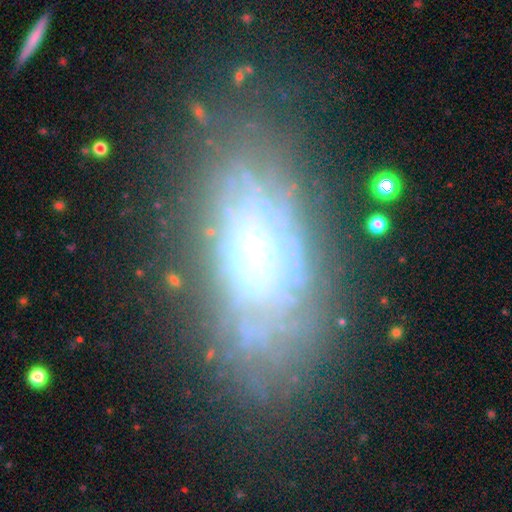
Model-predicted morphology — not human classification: Smooth or featured? Predicted: featured or disk (p=0.69). Edge-on disk? Predicted: no (p=0.84). Bar? Predicted: no (p=0.78). Spiral arms? Predicted: yes (p=0.58). Bulge size? Predicted: moderate (p=0.44). Merging? Predicted: none (p=0.68).